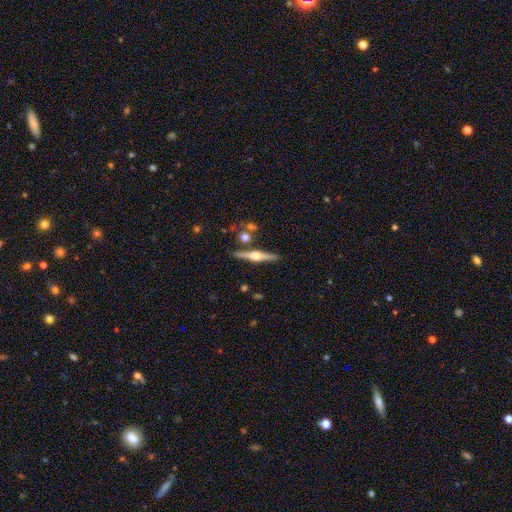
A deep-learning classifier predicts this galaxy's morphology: Smooth or featured? Predicted: featured or disk (p=0.79). Edge-on disk? Predicted: yes (p=0.98). Edge-on bulge? Predicted: rounded (p=0.94). Merging? Predicted: none (p=0.84).